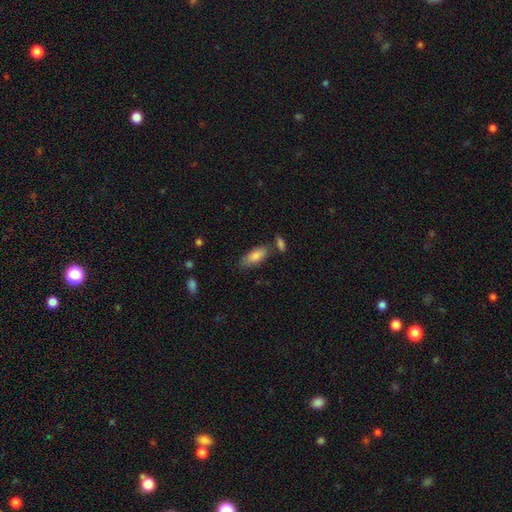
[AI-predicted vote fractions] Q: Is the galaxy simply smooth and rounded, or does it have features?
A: smooth — 83%.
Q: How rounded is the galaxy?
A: in between — 78%.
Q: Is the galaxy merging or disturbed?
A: none — 68%.